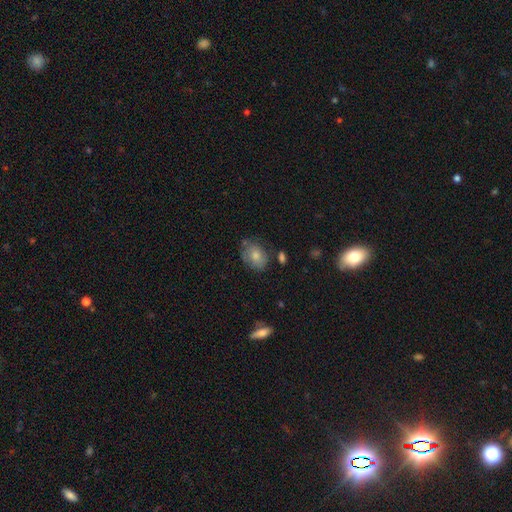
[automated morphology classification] Smooth or featured? smooth (71%)
How rounded? in between (67%)
Merging? none (62%)